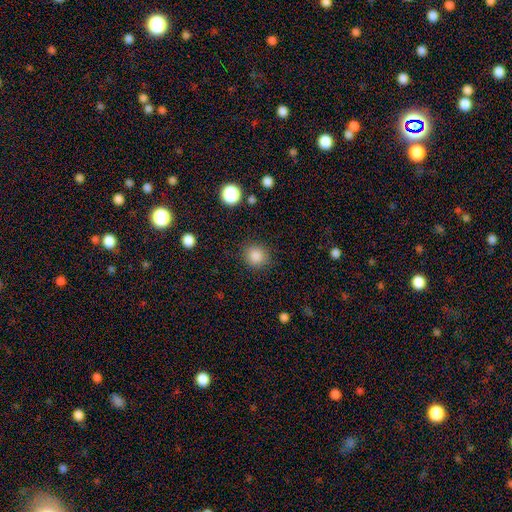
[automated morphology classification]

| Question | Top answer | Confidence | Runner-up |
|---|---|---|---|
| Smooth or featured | smooth | 86% | star or artifact (10%) |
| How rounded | round | 88% | in between (11%) |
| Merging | none | 88% | minor disturbance (8%) |